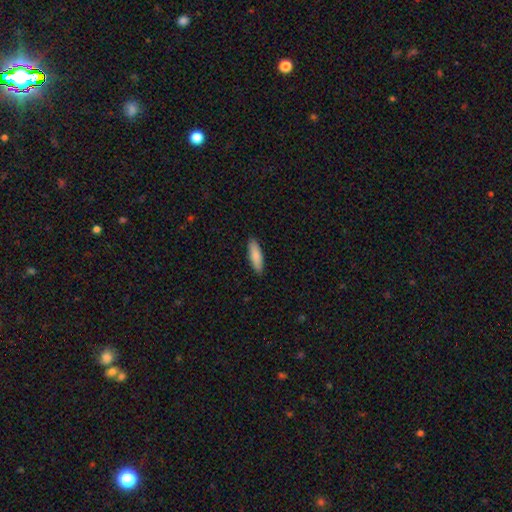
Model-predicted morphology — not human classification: Q: Smooth or featured?
A: smooth (84%); runner-up: featured or disk (11%)
Q: How rounded?
A: cigar-shaped (52%); runner-up: in between (47%)
Q: Merging?
A: none (90%); runner-up: minor disturbance (7%)